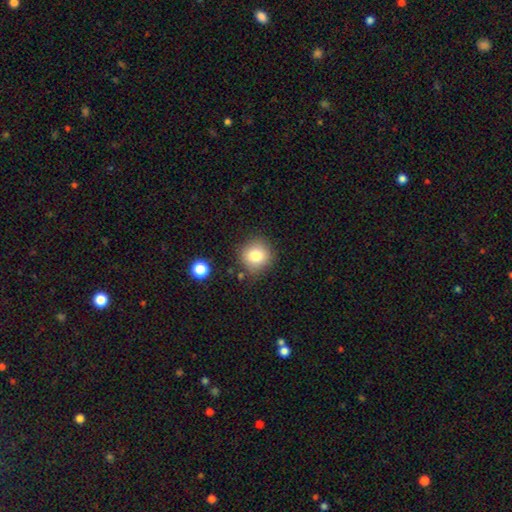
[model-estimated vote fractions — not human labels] smooth-or-featured: smooth: 82% | star or artifact: 10% | featured or disk: 8%
  how-rounded: round: 89% | in between: 10% | cigar-shaped: 1%
  merging: none: 80% | minor disturbance: 13% | merger: 4% | major disturbance: 3%